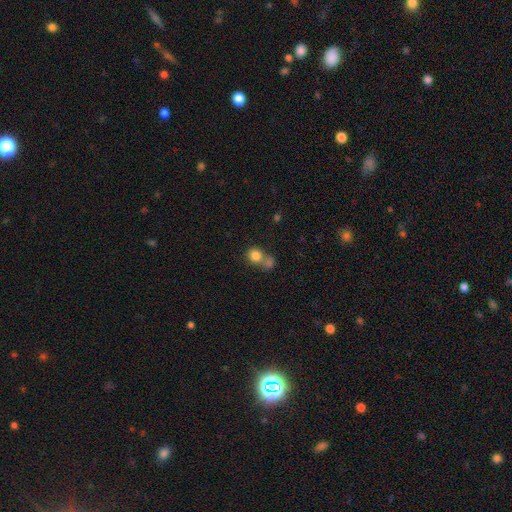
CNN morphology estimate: Smooth or featured?
  - smooth: 82% *
  - star or artifact: 10%
  - featured or disk: 8%
How rounded?
  - round: 83% *
  - in between: 16%
  - cigar-shaped: 1%
Merging?
  - merger: 47% *
  - none: 41%
  - minor disturbance: 8%
  - major disturbance: 4%